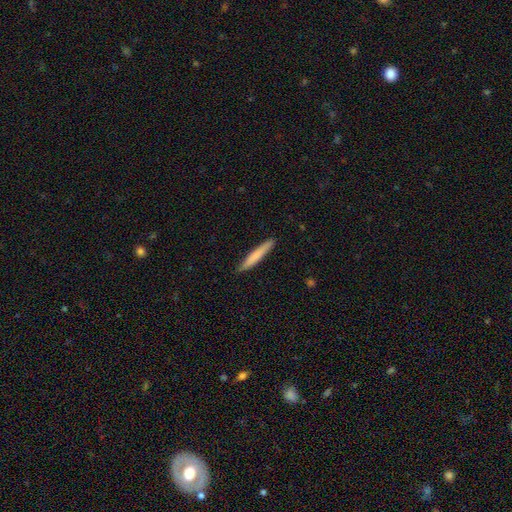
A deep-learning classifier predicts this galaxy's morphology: A smooth galaxy with no disk features (75%) that is cigar-shaped (95%).

Vote fractions:
- Smooth or featured? smooth: 75% / featured or disk: 20% / star or artifact: 5%
- How rounded? cigar-shaped: 95% / in between: 4% / round: 1%
- Merging? none: 90% / minor disturbance: 8% / major disturbance: 1% / merger: 1%